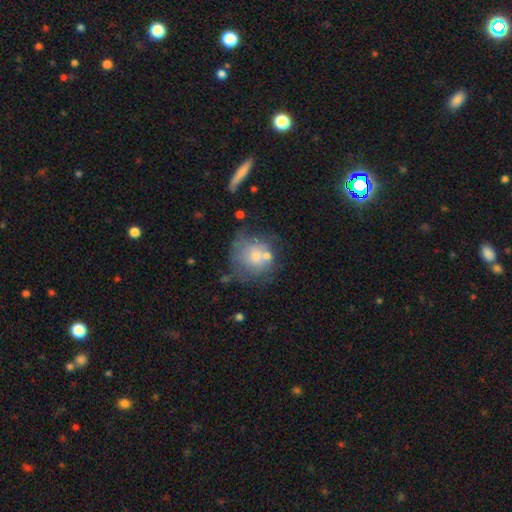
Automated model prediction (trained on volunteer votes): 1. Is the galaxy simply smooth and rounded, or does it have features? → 55% smooth, 34% featured or disk, 11% star or artifact.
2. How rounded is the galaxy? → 83% round, 16% in between, 1% cigar-shaped.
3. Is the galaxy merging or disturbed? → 50% none, 22% minor disturbance, 15% merger, 13% major disturbance.